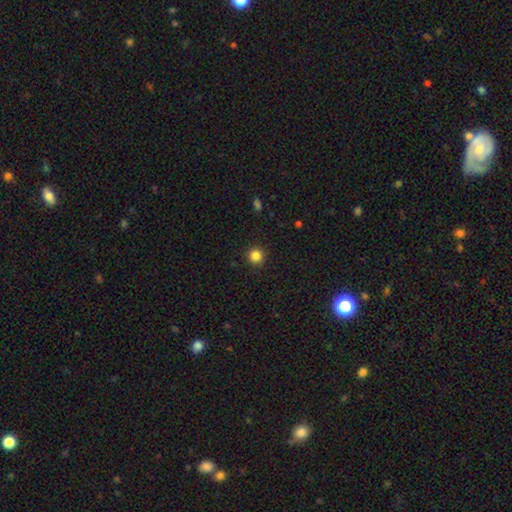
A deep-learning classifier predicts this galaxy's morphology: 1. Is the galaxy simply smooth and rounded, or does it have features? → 84% smooth, 12% star or artifact, 4% featured or disk.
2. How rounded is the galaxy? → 95% round, 4% in between, 1% cigar-shaped.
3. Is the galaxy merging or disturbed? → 92% none, 5% minor disturbance, 2% major disturbance, 1% merger.